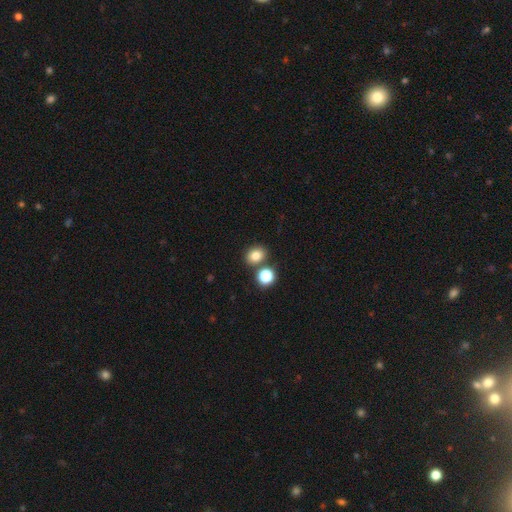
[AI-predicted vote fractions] The model was most divided on "how rounded": round: 58%, in between: 41%, cigar-shaped: 1%. More confident: smooth or featured — smooth (79%); merging — none (74%).